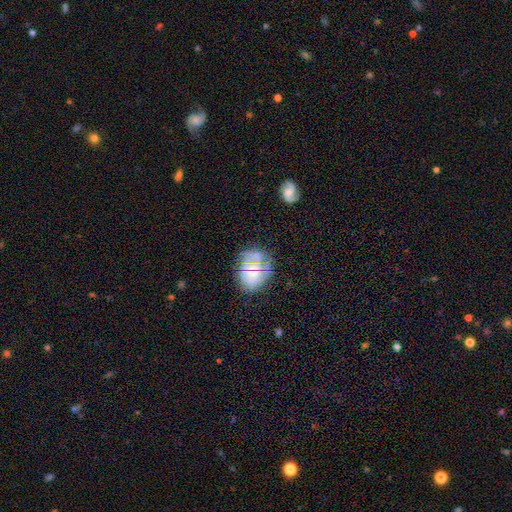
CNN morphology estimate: Overall: featured or disk (59%; smooth 26%). Edge-on disk: no (97%). Bar: no (70%). Spiral arms: yes (67%; no 33%). Bulge size: small (45%; moderate 39%). Merging: none (59%; minor disturbance 22%).